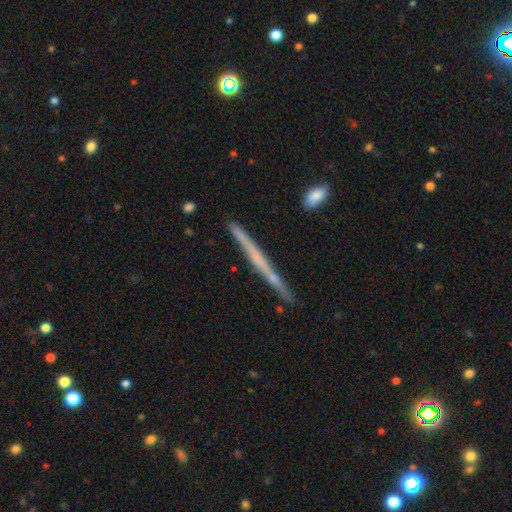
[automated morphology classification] The model was most divided on "smooth or featured": featured or disk: 57%, smooth: 37%, star or artifact: 6%. More confident: edge-on disk — yes (97%); merging — none (88%); edge-on bulge — none (86%).